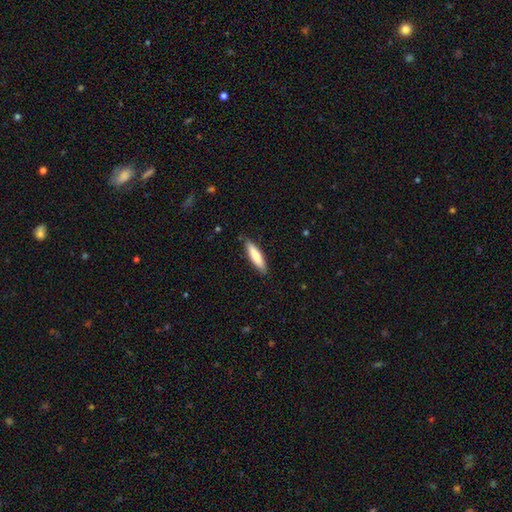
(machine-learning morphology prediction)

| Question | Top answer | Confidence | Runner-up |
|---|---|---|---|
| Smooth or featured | smooth | 75% | featured or disk (20%) |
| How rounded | cigar-shaped | 73% | in between (26%) |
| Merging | none | 85% | minor disturbance (12%) |